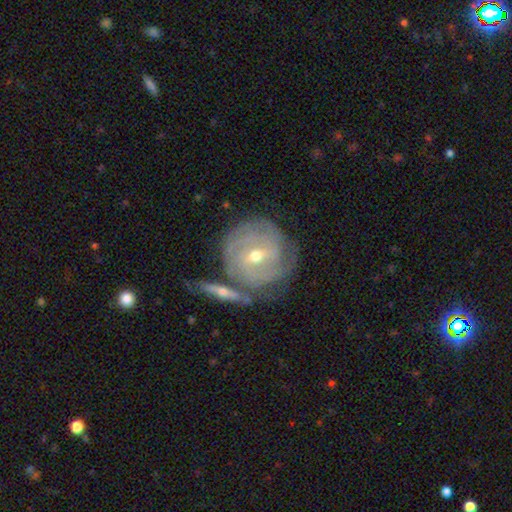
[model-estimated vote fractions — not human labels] The model was most divided on "bulge size": moderate: 53%, small: 44%, large: 1%, none: 1%, dominant: 1%. Remaining: edge-on disk — no (95%); spiral arms — yes (92%); smooth or featured — featured or disk (82%); spiral winding — tight (77%); merging — none (67%); bar — weak (53%); spiral arm count — can't tell (39%).